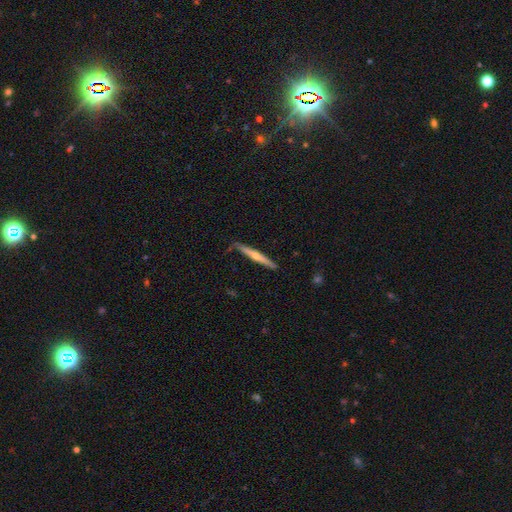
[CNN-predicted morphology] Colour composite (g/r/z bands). It shows a featured or disk galaxy (61%) viewed edge-on (97%) with a rounded central bulge (80%). Merging: none (82%).